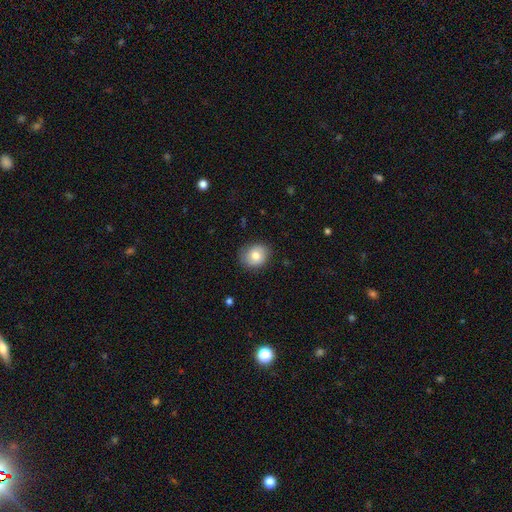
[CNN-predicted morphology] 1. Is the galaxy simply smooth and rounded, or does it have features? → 77% smooth, 15% featured or disk, 9% star or artifact.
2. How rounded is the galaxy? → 67% round, 32% in between, 1% cigar-shaped.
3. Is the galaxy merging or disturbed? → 83% none, 13% minor disturbance, 3% major disturbance, 1% merger.